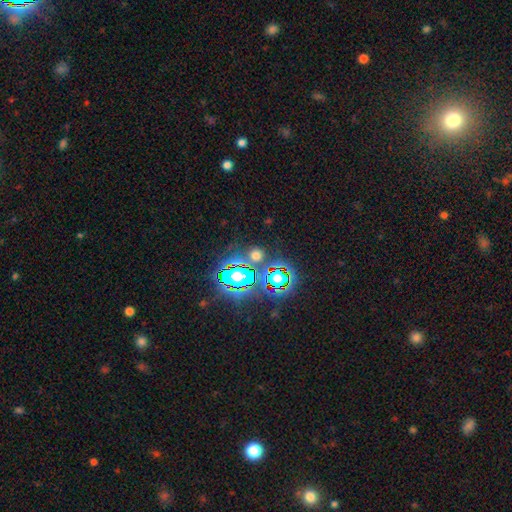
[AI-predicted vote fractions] A star or artifact, not a galaxy (52%).